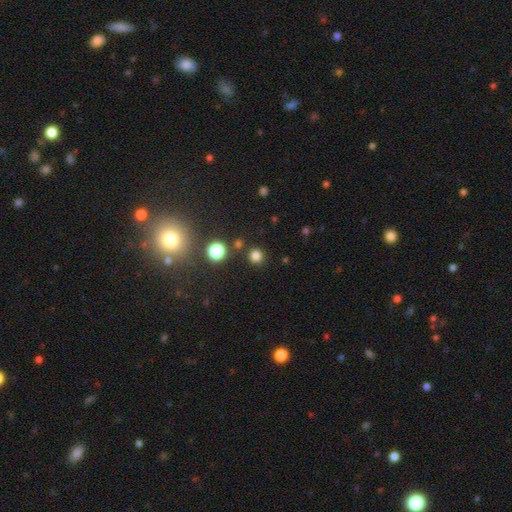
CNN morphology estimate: Smooth or featured: smooth — 77% (star or artifact — 18%)
How rounded: round — 91% (in between — 8%)
Merging: none — 87% (minor disturbance — 6%)